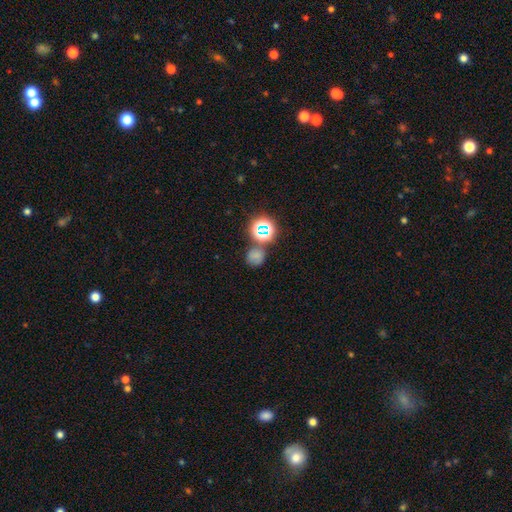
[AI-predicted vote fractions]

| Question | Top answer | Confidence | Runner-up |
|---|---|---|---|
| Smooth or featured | smooth | 63% | star or artifact (28%) |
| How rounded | round | 81% | in between (18%) |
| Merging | none | 64% | merger (17%) |